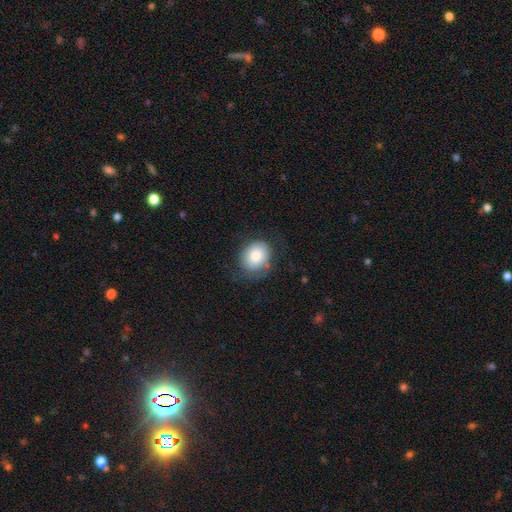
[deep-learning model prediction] A smooth galaxy with no disk features (78%) that is round (64%).

Vote fractions:
- Smooth or featured? smooth: 78% / featured or disk: 14% / star or artifact: 8%
- How rounded? round: 64% / in between: 36% / cigar-shaped: 1%
- Merging? none: 67% / minor disturbance: 22% / major disturbance: 10% / merger: 1%